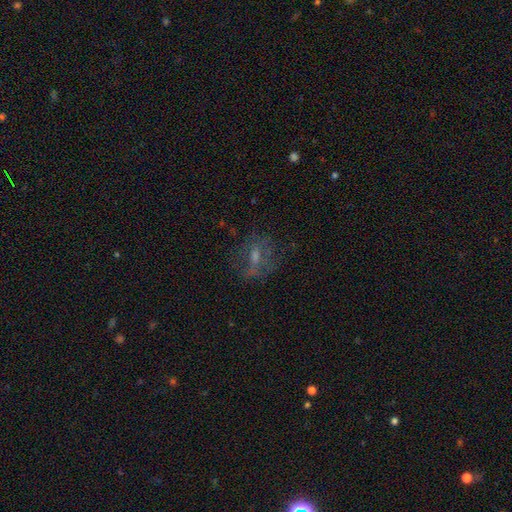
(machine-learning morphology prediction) Q: Smooth or featured?
A: featured or disk (45%); runner-up: smooth (35%)
Q: Merging?
A: none (63%); runner-up: minor disturbance (18%)